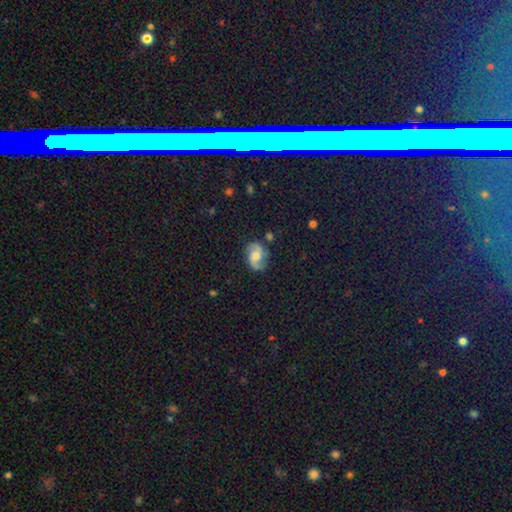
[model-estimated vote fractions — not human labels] The model was most divided on "spiral winding": loose: 48%, medium: 38%, tight: 14%. More confident: edge-on disk — no (97%); spiral arms — yes (94%); spiral arm count — 2 (90%); merging — none (75%); smooth or featured — featured or disk (69%); bar — no (56%); bulge size — moderate (52%).